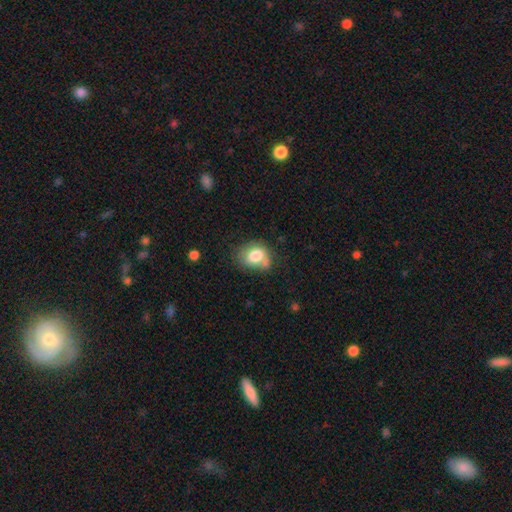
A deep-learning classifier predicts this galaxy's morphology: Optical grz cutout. It shows a smooth galaxy with no disk features (77%) that is in between round and cigar-shaped (53%). Merging: none (48%).